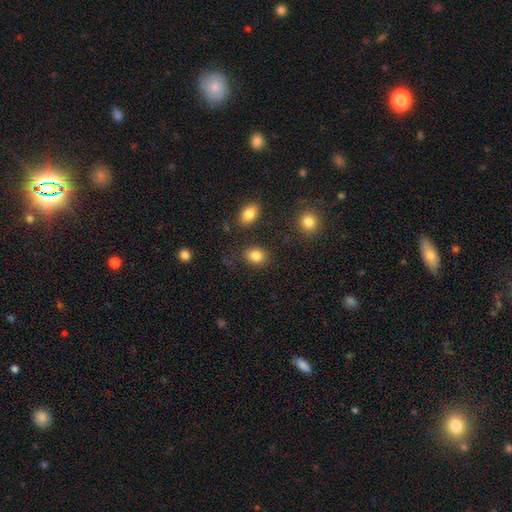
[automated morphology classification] Smooth or featured? Predicted: smooth (p=0.85). How rounded? Predicted: round (p=0.56). Merging? Predicted: none (p=0.82).